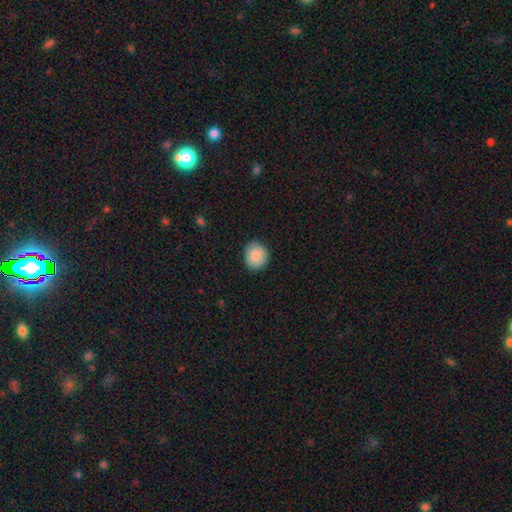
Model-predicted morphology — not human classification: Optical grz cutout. It shows a smooth galaxy with no disk features (86%) that is round (82%). Merging: none (88%).